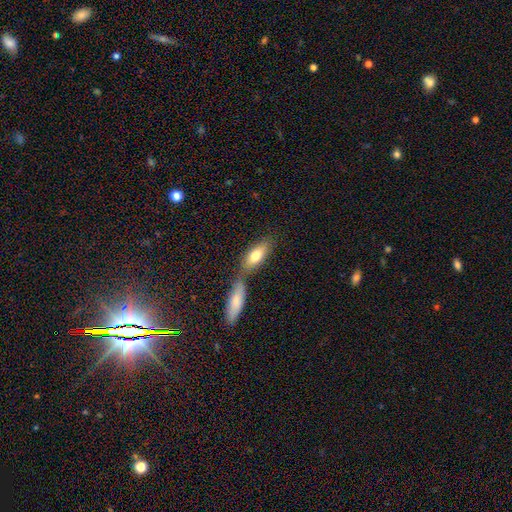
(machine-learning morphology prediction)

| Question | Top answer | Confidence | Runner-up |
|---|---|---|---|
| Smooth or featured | smooth | 74% | featured or disk (20%) |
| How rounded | in between | 73% | cigar-shaped (24%) |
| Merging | none | 49% | merger (37%) |